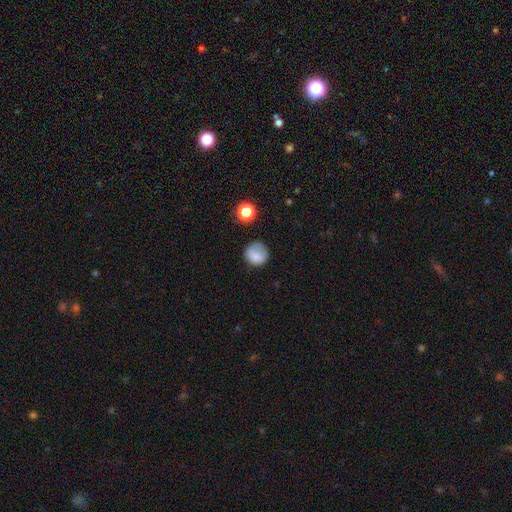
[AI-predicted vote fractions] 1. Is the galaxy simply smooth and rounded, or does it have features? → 80% smooth, 10% star or artifact, 10% featured or disk.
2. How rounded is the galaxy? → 85% round, 14% in between, 1% cigar-shaped.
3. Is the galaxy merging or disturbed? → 67% none, 21% minor disturbance, 9% major disturbance, 3% merger.